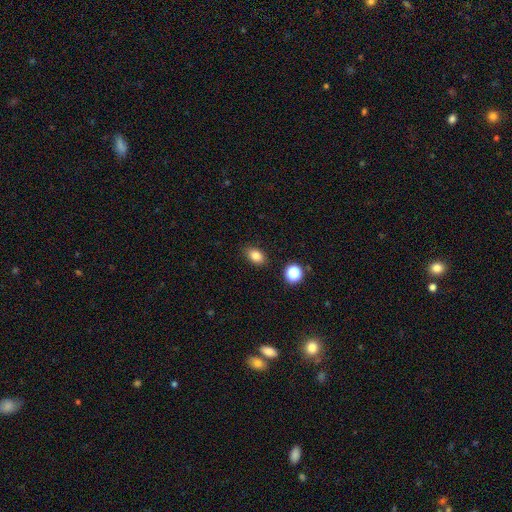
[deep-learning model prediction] Morphology: type=smooth (82%); roundness=in between (79%); merging=none (86%).